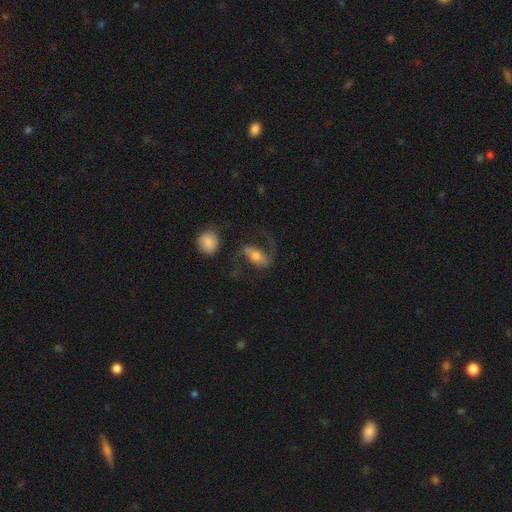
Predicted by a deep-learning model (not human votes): Smooth or featured: featured or disk — 70% (smooth — 23%)
Edge-on disk: no — 94% (yes — 6%)
Bar: strong — 44% (weak — 30%)
Spiral arms: yes — 90% (no — 10%)
Spiral winding: loose — 64% (medium — 30%)
Spiral arm count: 2 — 90% (1 — 4%)
Bulge size: moderate — 55% (small — 26%)
Merging: none — 60% (major disturbance — 21%)